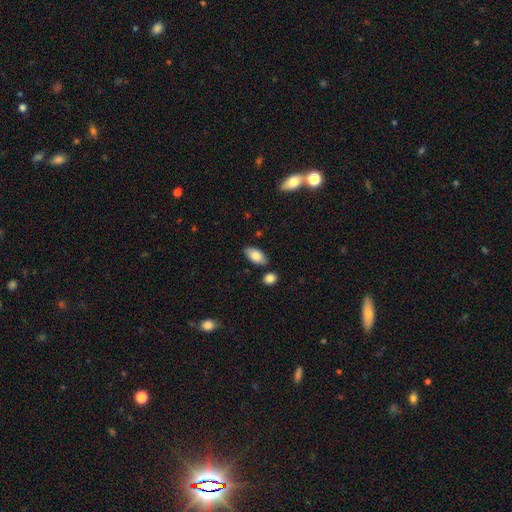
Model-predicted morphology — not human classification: Smooth or featured: smooth — 83% (featured or disk — 10%)
How rounded: in between — 94% (cigar-shaped — 3%)
Merging: none — 81% (minor disturbance — 11%)